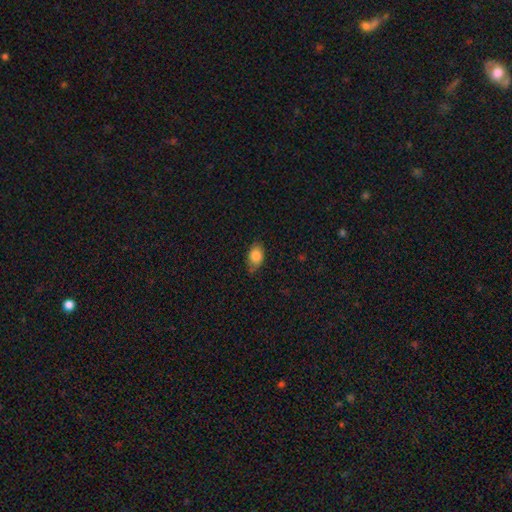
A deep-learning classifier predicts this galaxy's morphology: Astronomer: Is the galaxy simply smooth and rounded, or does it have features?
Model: smooth — 83%.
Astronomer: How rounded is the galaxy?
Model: in between — 83%.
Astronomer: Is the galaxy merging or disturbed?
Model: none — 71%.